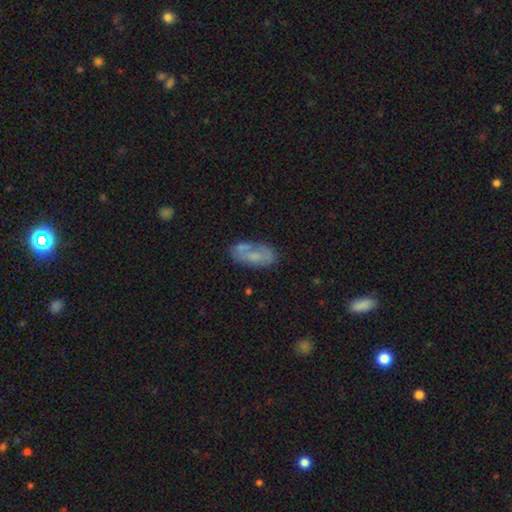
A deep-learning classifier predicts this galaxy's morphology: The model was most divided on "smooth or featured": smooth: 54%, featured or disk: 38%, star or artifact: 8%. More confident: how rounded — in between (90%); merging — none (57%).